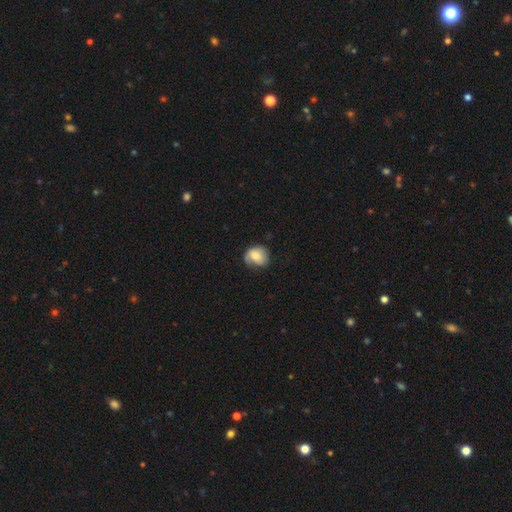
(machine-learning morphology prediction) Smooth or featured? Predicted: smooth (p=0.71). How rounded? Predicted: round (p=0.67). Merging? Predicted: none (p=0.57).